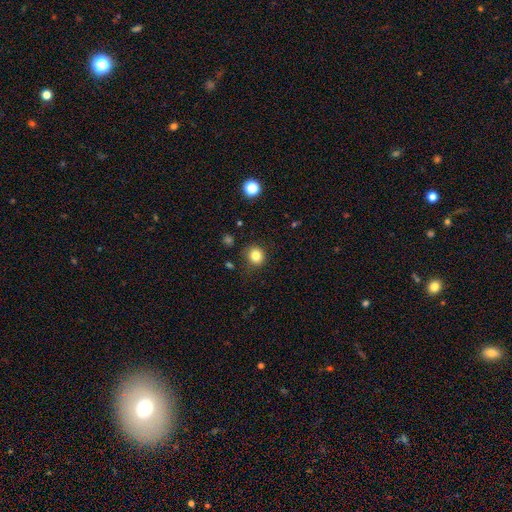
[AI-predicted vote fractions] Smooth or featured? Predicted: smooth (p=0.82). How rounded? Predicted: round (p=0.88). Merging? Predicted: none (p=0.85).